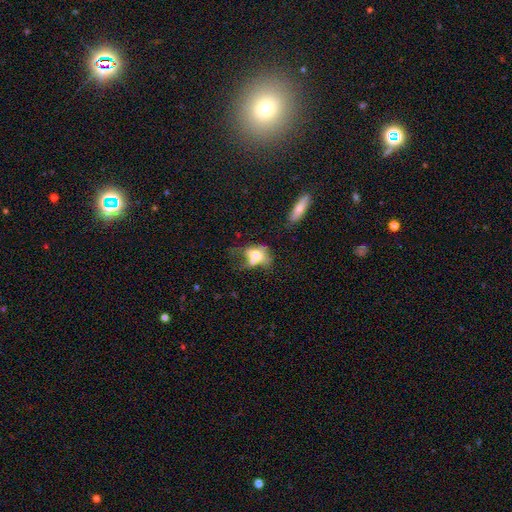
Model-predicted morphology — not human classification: A smooth galaxy with no disk features (58%) that is in between round and cigar-shaped (73%).

Vote fractions:
- Smooth or featured? smooth: 58% / featured or disk: 31% / star or artifact: 11%
- How rounded? in between: 73% / round: 23% / cigar-shaped: 4%
- Merging? major disturbance: 32% / none: 26% / merger: 22% / minor disturbance: 20%